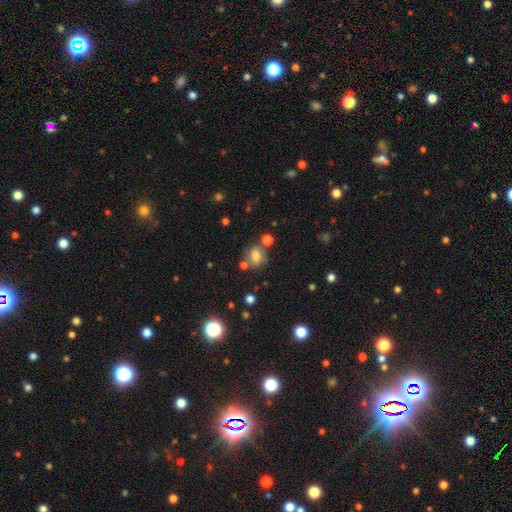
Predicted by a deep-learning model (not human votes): This appears to be a smooth galaxy with no disk features (70%) that is in between round and cigar-shaped (53%). Merging: none (59%).